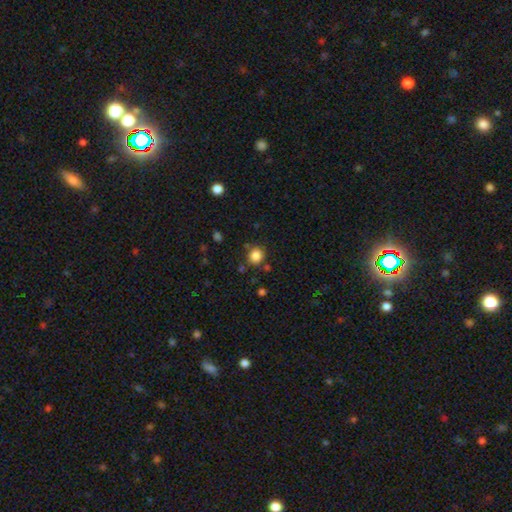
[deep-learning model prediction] smooth 84%, star or artifact 12%, featured or disk 5%. Down the decision tree: how rounded — round (86%); merging — none (80%).